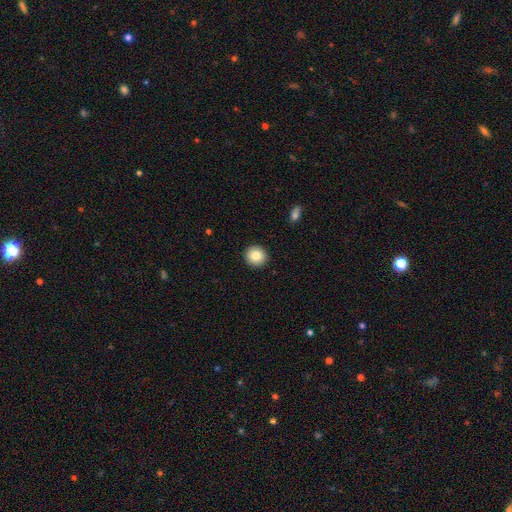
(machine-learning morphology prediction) smooth 84%, star or artifact 9%, featured or disk 8%. Down the decision tree: how rounded — round (92%); merging — none (93%).